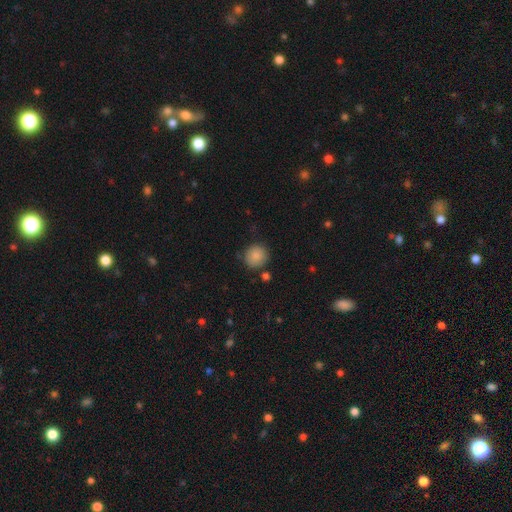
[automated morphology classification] Overall: smooth (86%). How rounded: round (91%). Merging: none (83%).